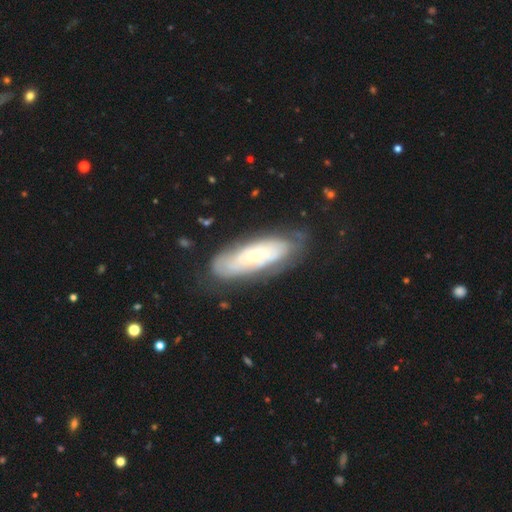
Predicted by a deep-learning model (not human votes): This appears to be a featured or disk galaxy (63%) with no bar (78%), spiral arms (67%) and a small central bulge (54%). Merging: none (71%).